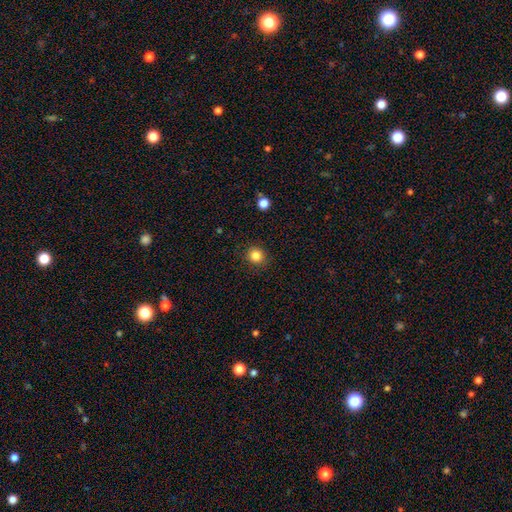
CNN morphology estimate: smooth-or-featured: smooth: 84% | star or artifact: 11% | featured or disk: 5%
  how-rounded: round: 89% | in between: 10% | cigar-shaped: 1%
  merging: none: 90% | minor disturbance: 7% | major disturbance: 2% | merger: 1%